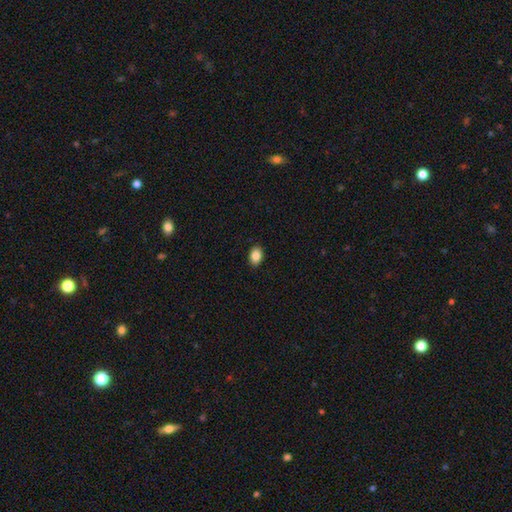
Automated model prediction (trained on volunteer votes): smooth_or_featured: smooth (p=0.87) [alt: star or artifact p=0.08]
how_rounded: in between (p=0.80) [alt: round p=0.19]
merging: none (p=0.90) [alt: minor disturbance p=0.07]